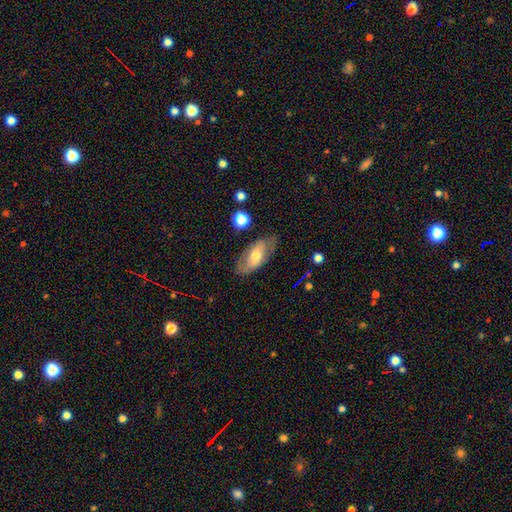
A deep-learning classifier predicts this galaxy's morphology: A smooth galaxy with no disk features (51%) that is in between round and cigar-shaped (89%).

Vote fractions:
- Smooth or featured? smooth: 51% / featured or disk: 43% / star or artifact: 7%
- How rounded? in between: 89% / cigar-shaped: 8% / round: 4%
- Merging? none: 72% / minor disturbance: 20% / major disturbance: 6% / merger: 2%